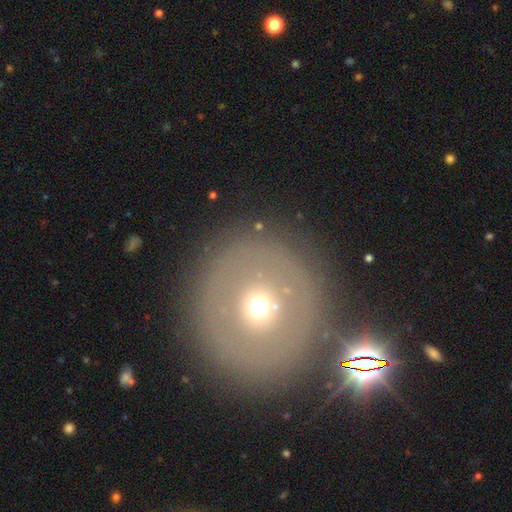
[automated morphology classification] type=smooth (46%); merging=none (85%).